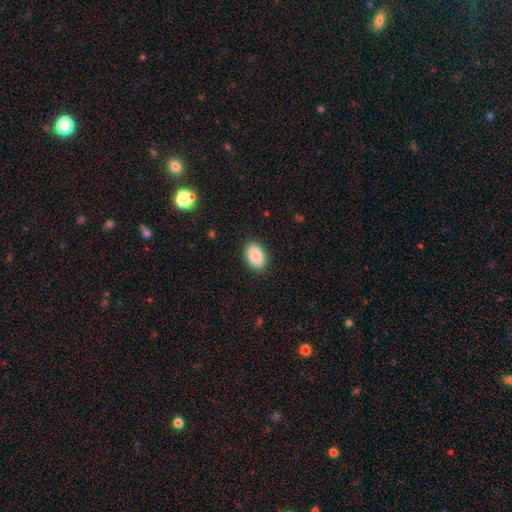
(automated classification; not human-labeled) smooth-or-featured: smooth: 90% | star or artifact: 6% | featured or disk: 4%
  how-rounded: in between: 91% | round: 8% | cigar-shaped: 1%
  merging: none: 88% | minor disturbance: 9% | major disturbance: 2% | merger: 1%